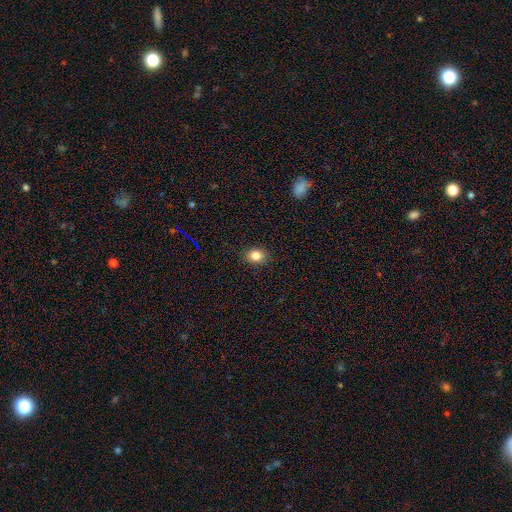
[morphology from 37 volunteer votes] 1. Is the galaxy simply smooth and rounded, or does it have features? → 84% smooth, 14% featured or disk, 3% star or artifact.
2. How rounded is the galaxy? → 65% in between, 32% round, 3% cigar-shaped.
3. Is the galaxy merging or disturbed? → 94% none, 6% minor disturbance, 0% major disturbance, 0% merger.